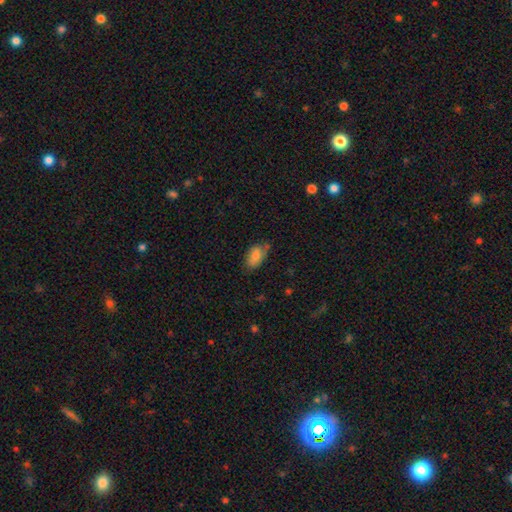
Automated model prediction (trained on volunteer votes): Smooth or featured?
  - smooth: 80% *
  - featured or disk: 12%
  - star or artifact: 8%
How rounded?
  - in between: 92% *
  - round: 5%
  - cigar-shaped: 3%
Merging?
  - none: 62% *
  - minor disturbance: 28%
  - major disturbance: 6%
  - merger: 4%